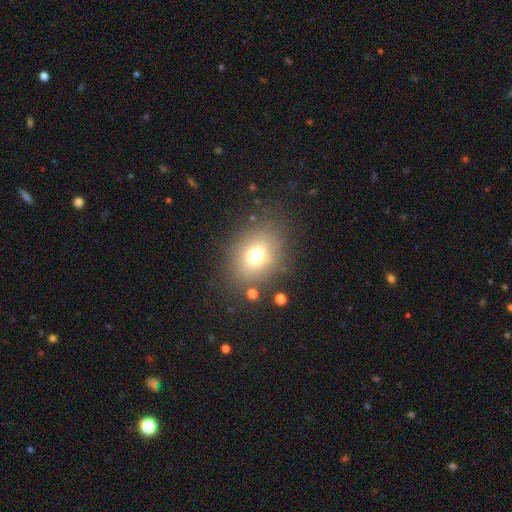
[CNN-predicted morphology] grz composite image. It shows a smooth galaxy with no disk features (70%) that is round (53%). Merging: none (80%).